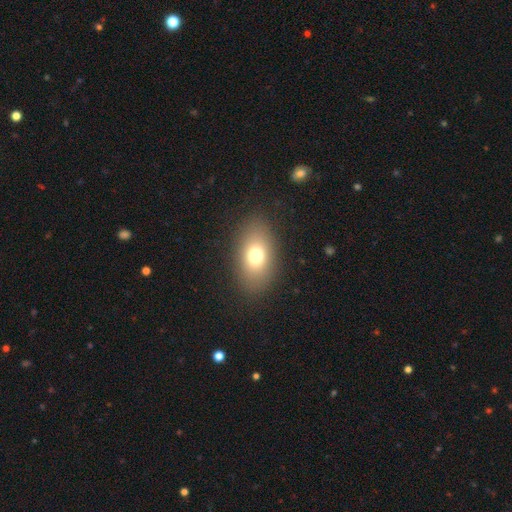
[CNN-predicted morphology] This is likely a smooth galaxy (74%). How rounded: clearly in between (84%). Merging: clearly none (86%).